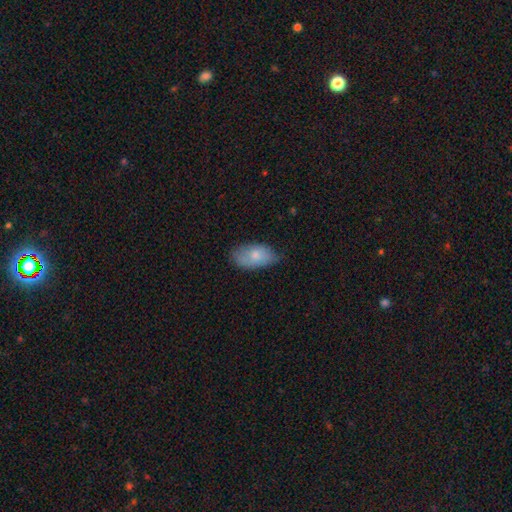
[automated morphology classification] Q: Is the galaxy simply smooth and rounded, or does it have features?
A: smooth — 76%.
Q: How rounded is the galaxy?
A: in between — 93%.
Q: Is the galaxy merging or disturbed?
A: none — 59%.